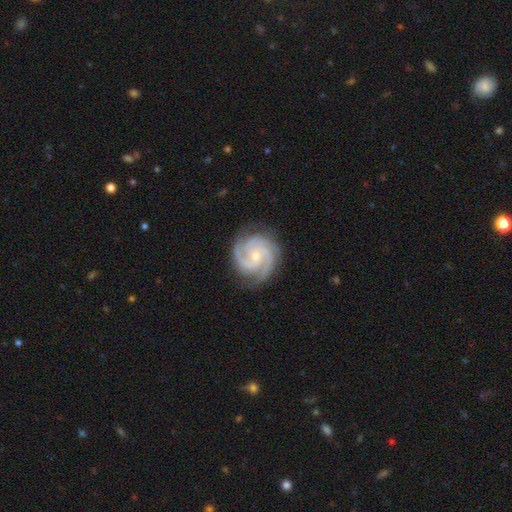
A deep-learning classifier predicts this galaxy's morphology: Q: Smooth or featured?
A: featured or disk (93%); runner-up: star or artifact (4%)
Q: Edge-on disk?
A: no (98%); runner-up: yes (2%)
Q: Bar?
A: no (65%); runner-up: weak (28%)
Q: Spiral arms?
A: yes (99%); runner-up: no (1%)
Q: Spiral winding?
A: tight (64%); runner-up: medium (33%)
Q: Spiral arm count?
A: 3 (63%); runner-up: 2 (17%)
Q: Bulge size?
A: small (66%); runner-up: moderate (31%)
Q: Merging?
A: none (81%); runner-up: minor disturbance (14%)